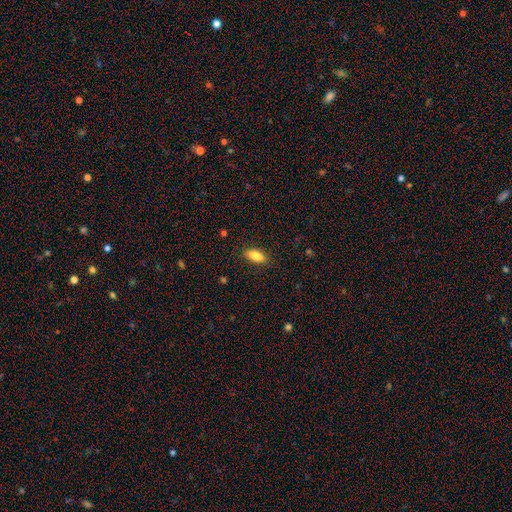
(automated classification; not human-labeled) Smooth or featured? smooth (79%)
How rounded? in between (77%)
Merging? none (88%)